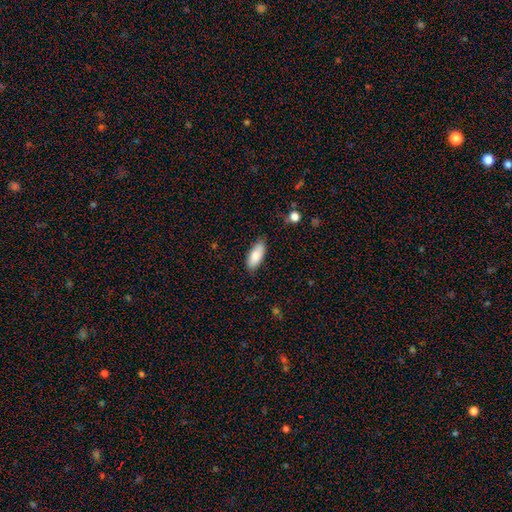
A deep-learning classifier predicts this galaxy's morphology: A smooth galaxy with no disk features (85%) that is in between round and cigar-shaped (82%). Merging: none (80%).